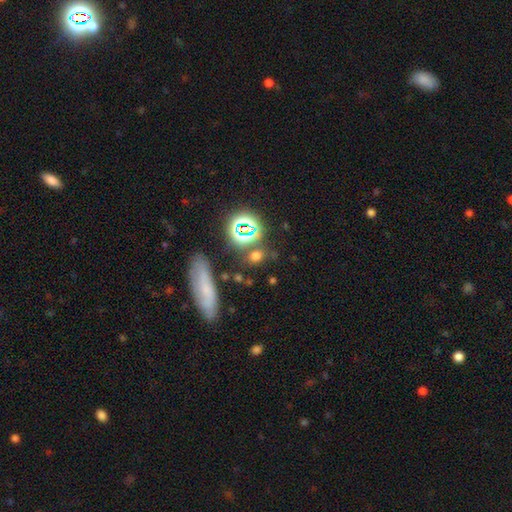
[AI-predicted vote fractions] Morphology: type=smooth (59%); roundness=round (47%); merging=none (75%).